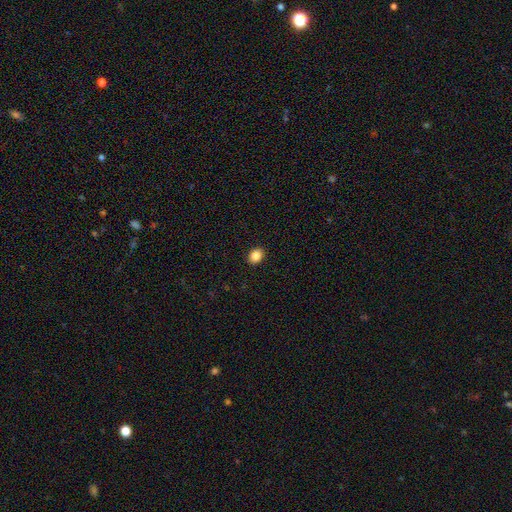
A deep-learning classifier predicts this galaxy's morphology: This appears to be a smooth galaxy with no disk features (86%) that is in between round and cigar-shaped (53%). Merging: none (91%).